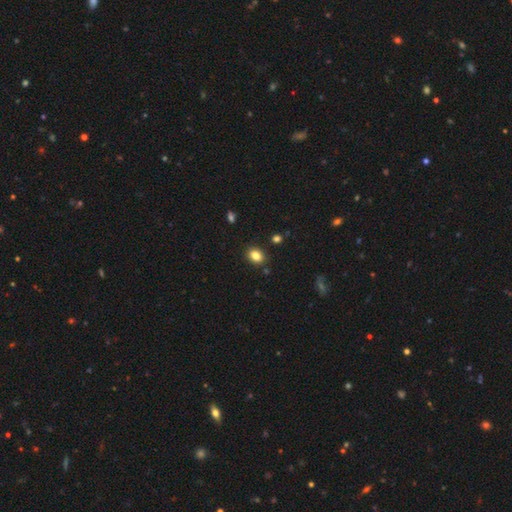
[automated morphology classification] Overall: smooth (84%). How rounded: in between (62%; round 37%). Merging: none (87%).